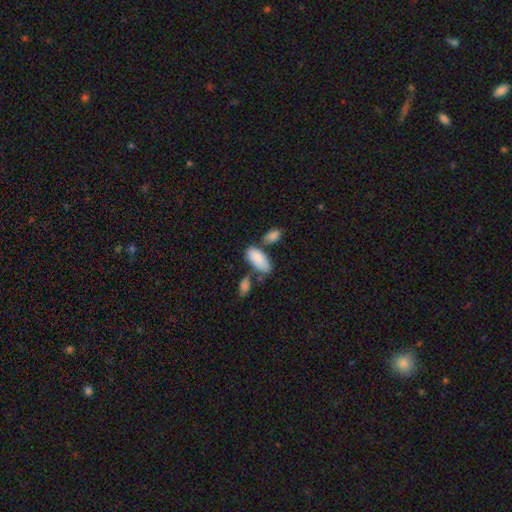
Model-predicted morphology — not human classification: This is clearly a smooth galaxy (82%). How rounded: clearly in between (86%). Merging: possibly none (56%).